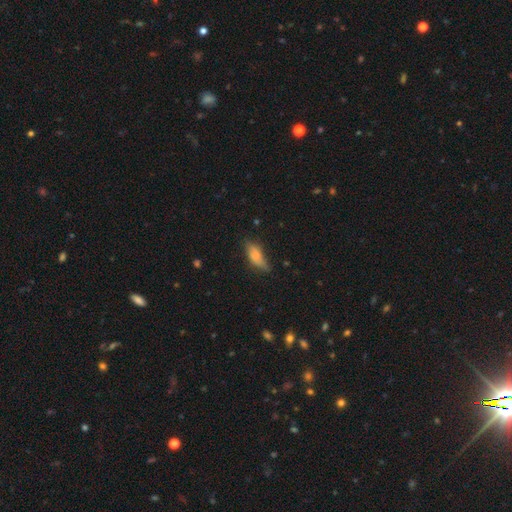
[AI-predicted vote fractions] The model was most divided on "merging": none: 58%, minor disturbance: 32%, major disturbance: 8%, merger: 2%. More confident: how rounded — in between (71%); smooth or featured — smooth (67%).